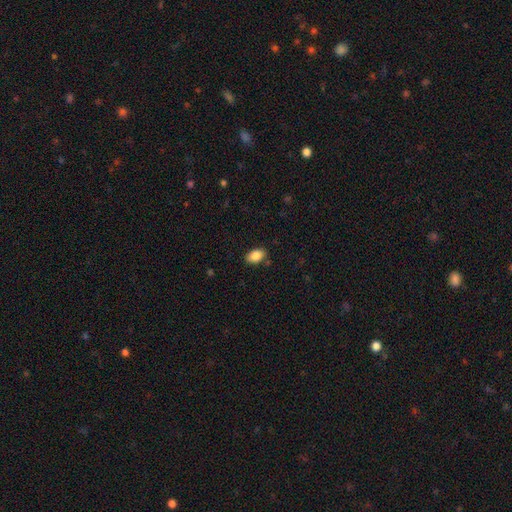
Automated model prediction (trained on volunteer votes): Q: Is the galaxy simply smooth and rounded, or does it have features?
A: smooth — 87%.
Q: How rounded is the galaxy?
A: in between — 90%.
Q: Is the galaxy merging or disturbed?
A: none — 85%.